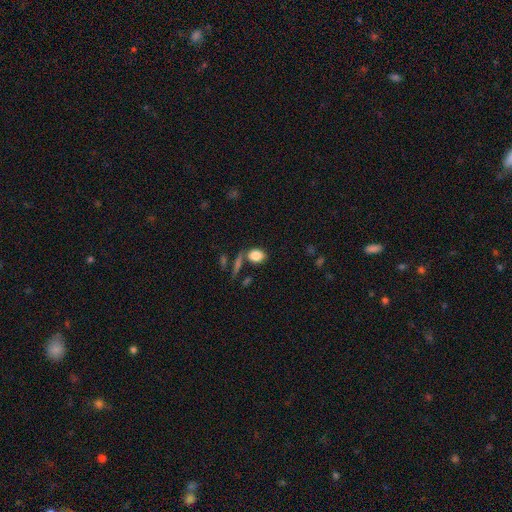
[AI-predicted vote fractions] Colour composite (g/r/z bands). It shows a smooth galaxy with no disk features (84%) that is in between round and cigar-shaped (71%). Merging: none (66%).